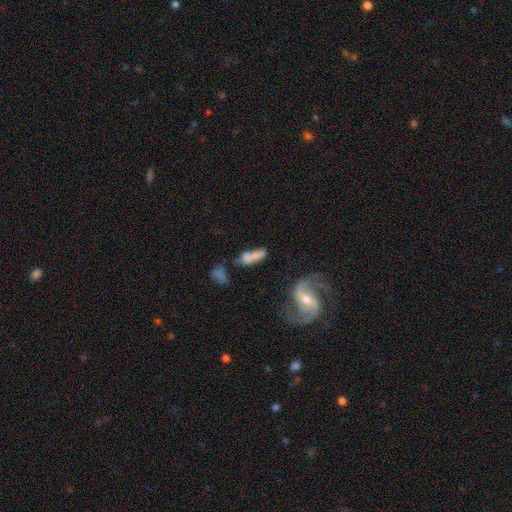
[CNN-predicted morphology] Smooth or featured: smooth — 64% (featured or disk — 25%)
How rounded: in between — 54% (cigar-shaped — 42%)
Merging: none — 36% (merger — 25%)